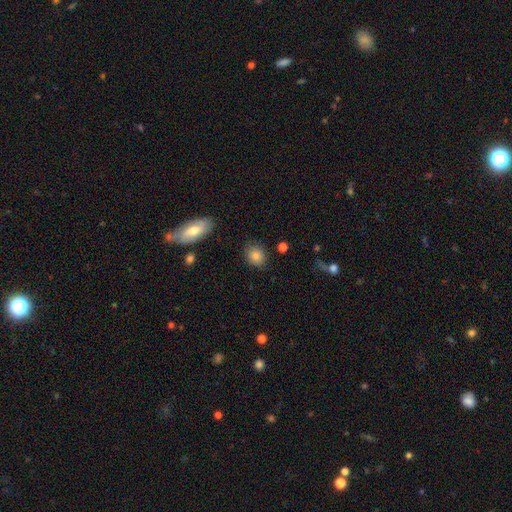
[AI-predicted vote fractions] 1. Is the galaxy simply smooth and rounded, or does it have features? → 83% smooth, 10% star or artifact, 7% featured or disk.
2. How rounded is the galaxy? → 57% round, 41% in between, 2% cigar-shaped.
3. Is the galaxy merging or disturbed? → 83% none, 12% minor disturbance, 3% major disturbance, 2% merger.